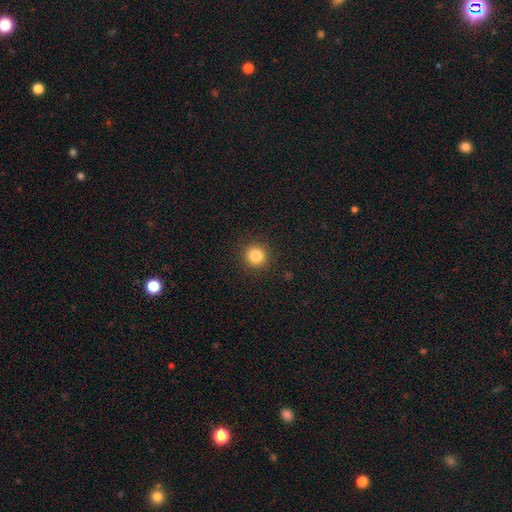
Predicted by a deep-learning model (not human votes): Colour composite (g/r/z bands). It shows a smooth galaxy with no disk features (83%) that is round (94%). Merging: none (92%).